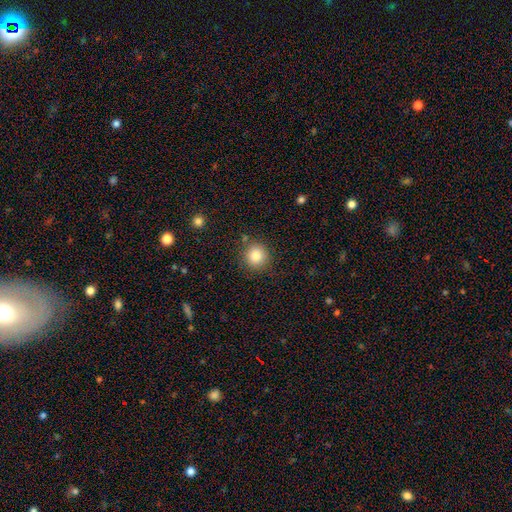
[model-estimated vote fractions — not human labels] Smooth or featured?
  - smooth: 85% *
  - star or artifact: 10%
  - featured or disk: 5%
How rounded?
  - round: 92% *
  - in between: 7%
  - cigar-shaped: 1%
Merging?
  - none: 86% *
  - minor disturbance: 9%
  - major disturbance: 3%
  - merger: 3%